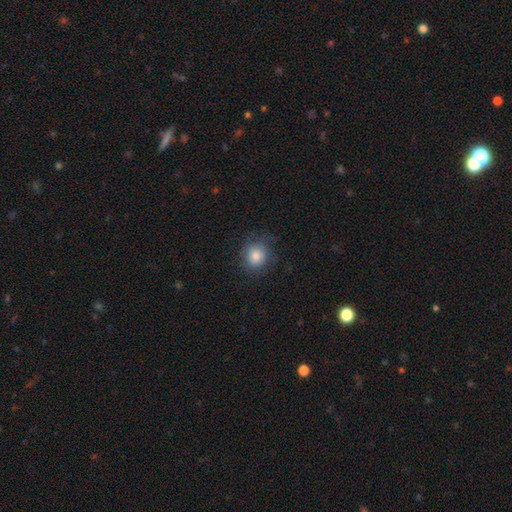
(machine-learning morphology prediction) Overall: smooth (79%). How rounded: round (86%). Merging: none (75%).